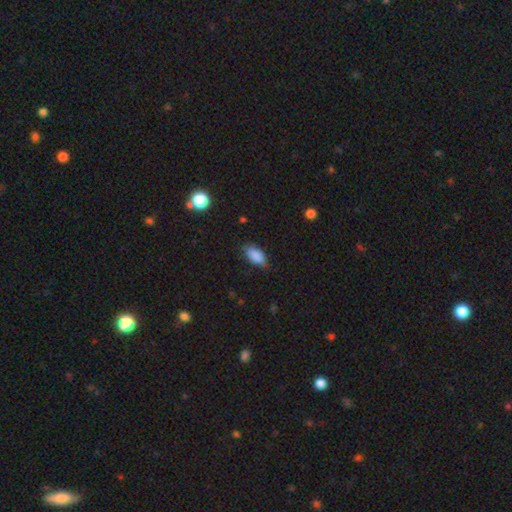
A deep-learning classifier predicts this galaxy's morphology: smooth 87%, star or artifact 7%, featured or disk 5%. Down the decision tree: how rounded — in between (90%); merging — none (74%).